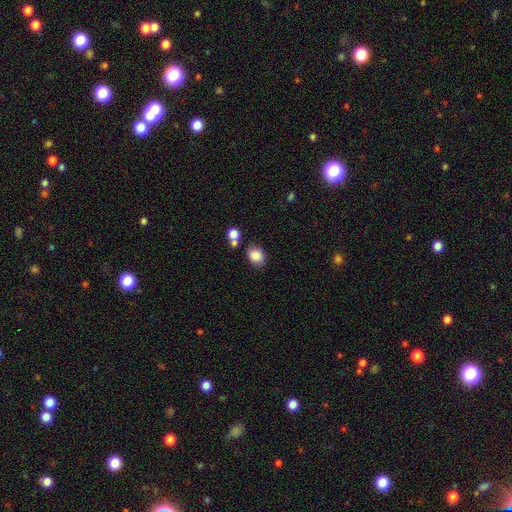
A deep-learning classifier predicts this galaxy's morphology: type=smooth (85%); roundness=in between (62%); merging=none (72%).